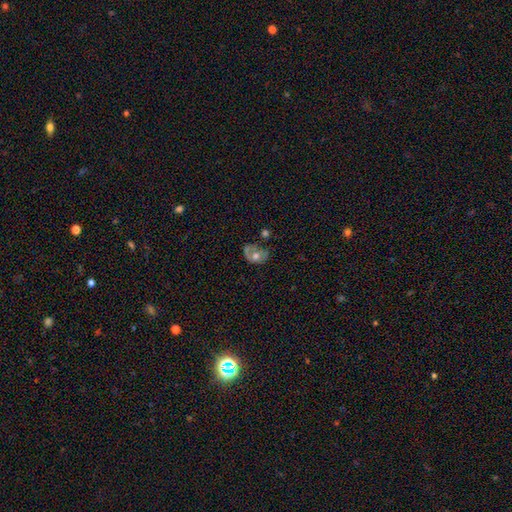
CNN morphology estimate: This appears to be a smooth galaxy with no disk features (46%). Merging: none (31%).